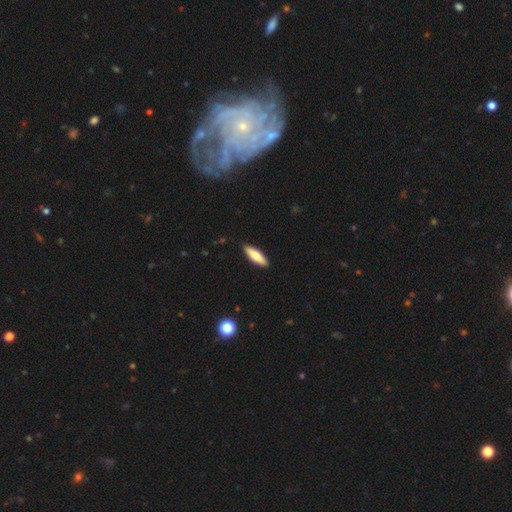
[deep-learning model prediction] A smooth galaxy with no disk features (68%) that is cigar-shaped (57%).

Vote fractions:
- Smooth or featured? smooth: 68% / featured or disk: 27% / star or artifact: 5%
- How rounded? cigar-shaped: 57% / in between: 41% / round: 2%
- Merging? none: 90% / minor disturbance: 8% / major disturbance: 1% / merger: 1%